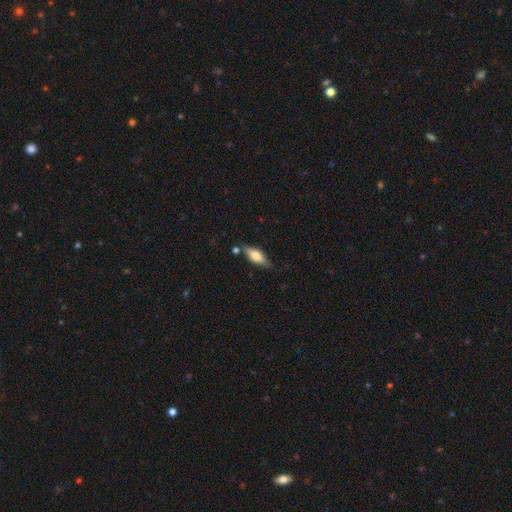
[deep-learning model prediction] smooth-or-featured: smooth: 64% | featured or disk: 30% | star or artifact: 6%
  how-rounded: in between: 65% | cigar-shaped: 33% | round: 2%
  merging: none: 73% | minor disturbance: 18% | merger: 6% | major disturbance: 4%